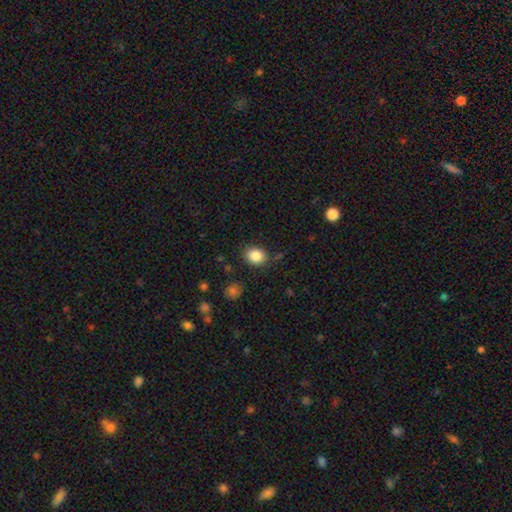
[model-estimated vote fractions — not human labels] Morphology: type=smooth (85%); roundness=round (50%); merging=none (83%).